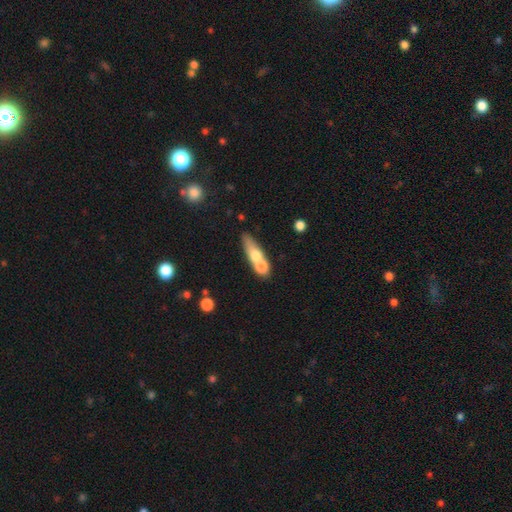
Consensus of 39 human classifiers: Overall: smooth (54%; featured or disk 41%). How rounded: cigar-shaped (52%; in between 38%). Merging: none (43%; merger 35%).